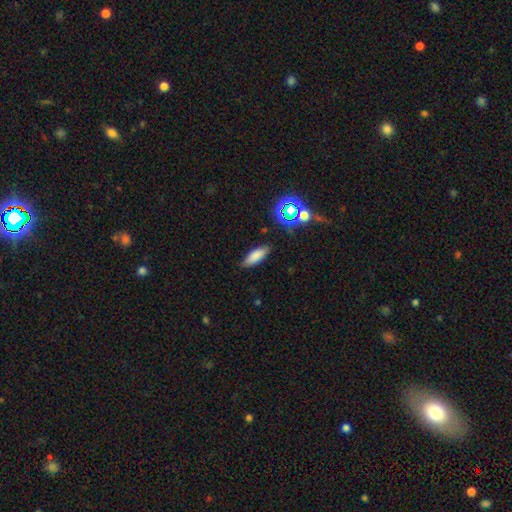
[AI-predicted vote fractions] This is likely a smooth galaxy (79%). How rounded: likely in between (70%). Merging: clearly none (83%).